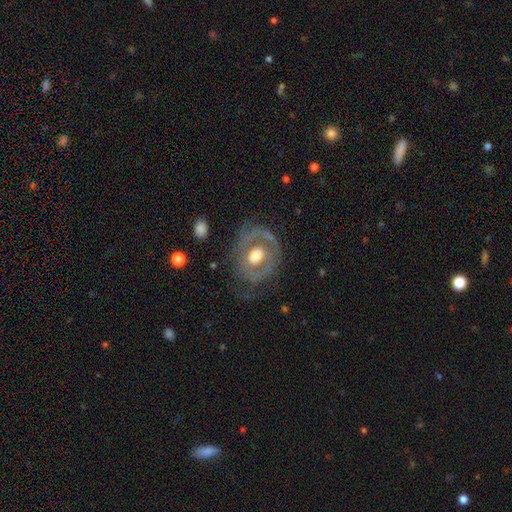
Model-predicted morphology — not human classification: smooth-or-featured: featured or disk: 66% | smooth: 25% | star or artifact: 9%
  disk-edge-on: no: 95% | yes: 5%
    bar: no: 69% | weak: 21% | strong: 10%
    has-spiral-arms: no: 58% | yes: 42%
    bulge-size: moderate: 70% | large: 15% | small: 12% | dominant: 2% | none: 1%
  merging: none: 78% | minor disturbance: 13% | major disturbance: 7% | merger: 2%